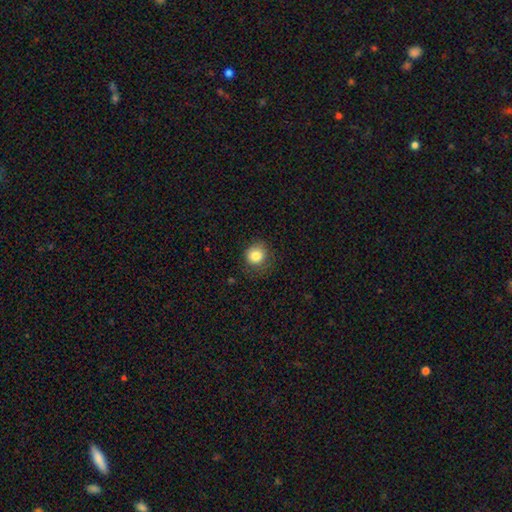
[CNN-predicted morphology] Q: Smooth or featured?
A: smooth (83%); runner-up: star or artifact (10%)
Q: How rounded?
A: round (88%); runner-up: in between (11%)
Q: Merging?
A: none (75%); runner-up: minor disturbance (17%)